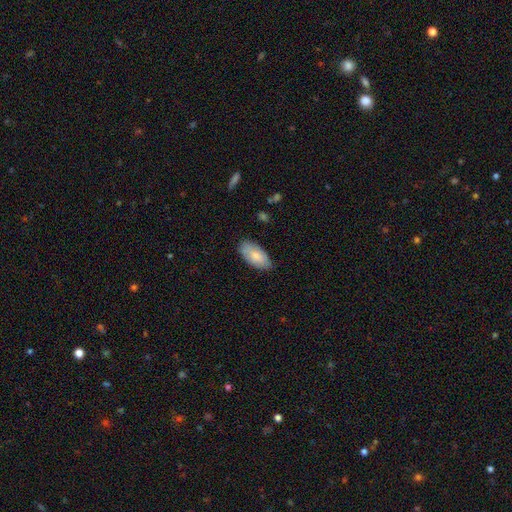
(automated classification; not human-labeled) Morphology: type=smooth (76%); roundness=in between (94%); merging=none (75%).